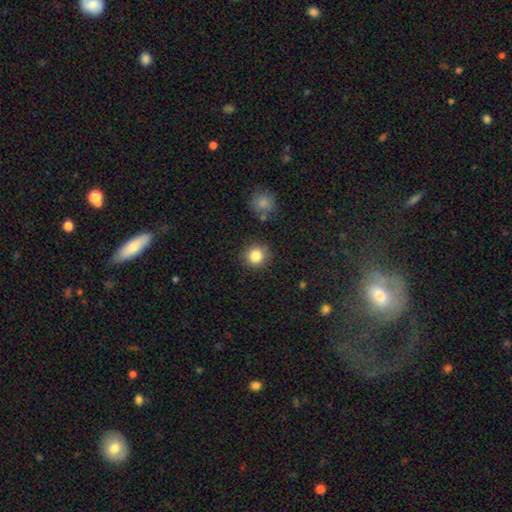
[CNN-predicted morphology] A smooth galaxy with no disk features (85%) that is round (91%). Merging: none (86%).